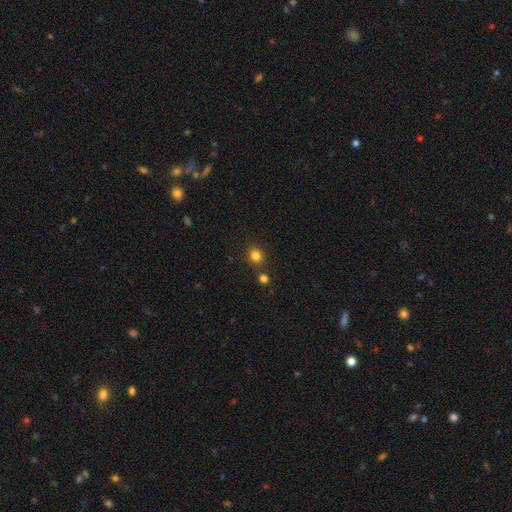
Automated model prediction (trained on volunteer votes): The model was most divided on "how rounded": round: 80%, in between: 19%, cigar-shaped: 1%. More confident: smooth or featured — smooth (82%); merging — none (80%).